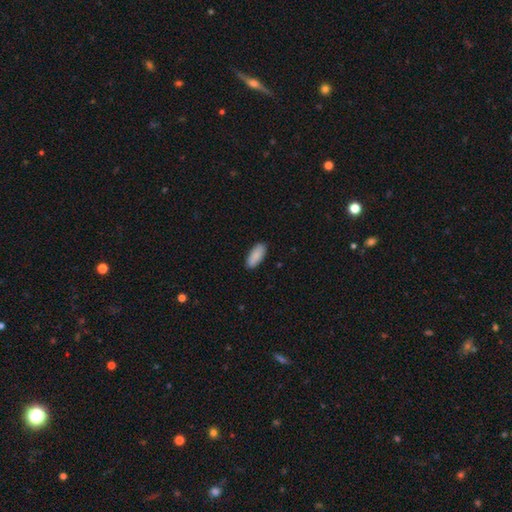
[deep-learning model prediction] The model was most divided on "how rounded": in between: 85%, cigar-shaped: 13%, round: 2%. More confident: smooth or featured — smooth (90%); merging — none (88%).